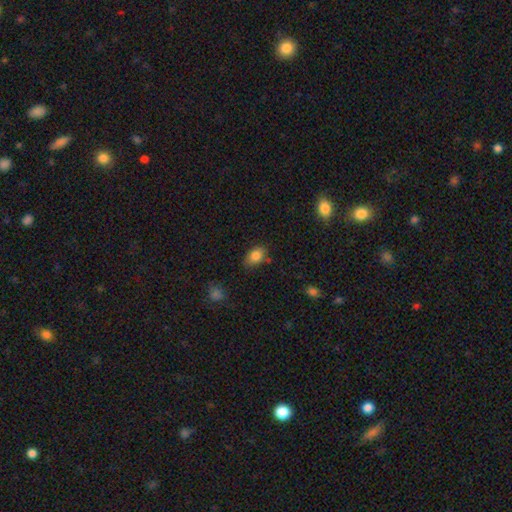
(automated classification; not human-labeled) Q: Smooth or featured?
A: smooth (83%); runner-up: star or artifact (9%)
Q: How rounded?
A: in between (82%); runner-up: round (16%)
Q: Merging?
A: none (76%); runner-up: minor disturbance (17%)